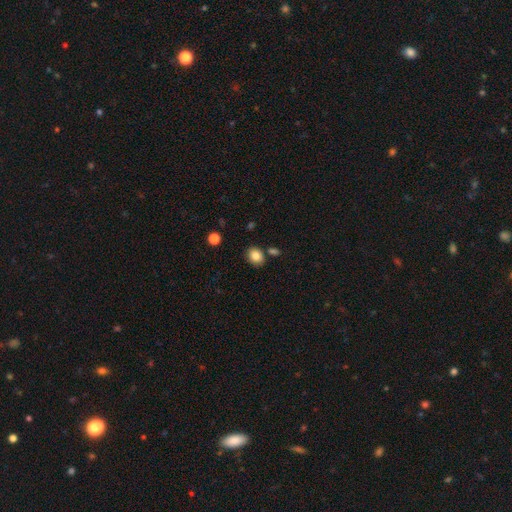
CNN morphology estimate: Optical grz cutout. It shows a smooth galaxy with no disk features (85%) that is round (54%). Merging: none (81%).